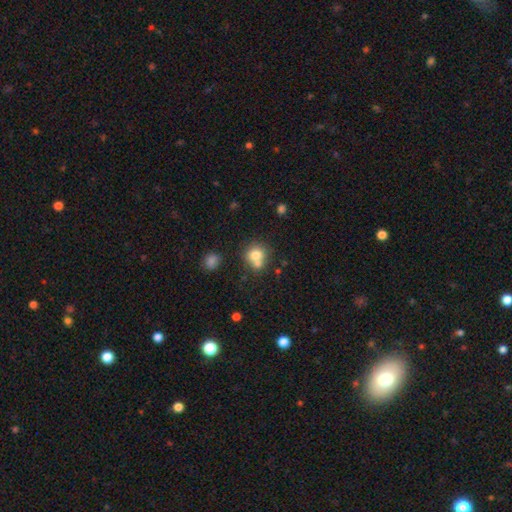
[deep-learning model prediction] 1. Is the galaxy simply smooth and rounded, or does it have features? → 75% smooth, 14% featured or disk, 11% star or artifact.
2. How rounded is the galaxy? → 80% round, 20% in between, 1% cigar-shaped.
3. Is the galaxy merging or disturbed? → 44% merger, 42% none, 10% minor disturbance, 4% major disturbance.